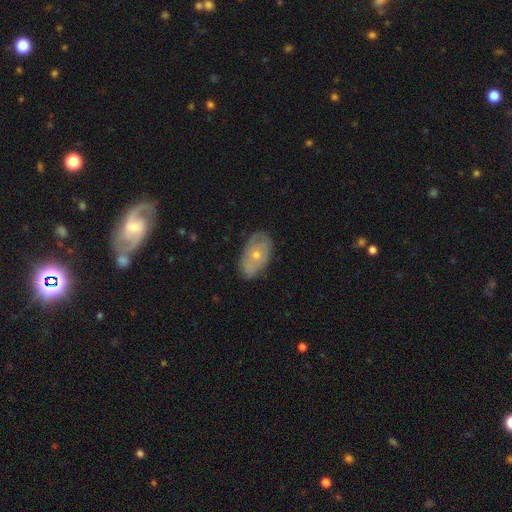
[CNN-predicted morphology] smooth_or_featured: featured or disk (p=0.49) [alt: smooth p=0.44]
merging: none (p=0.74) [alt: minor disturbance p=0.20]